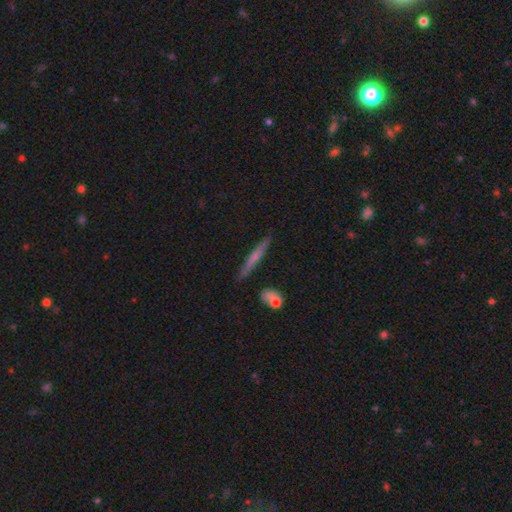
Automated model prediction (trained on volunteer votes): smooth 47%, featured or disk 45%, star or artifact 8%. Down the decision tree: merging — none (84%).